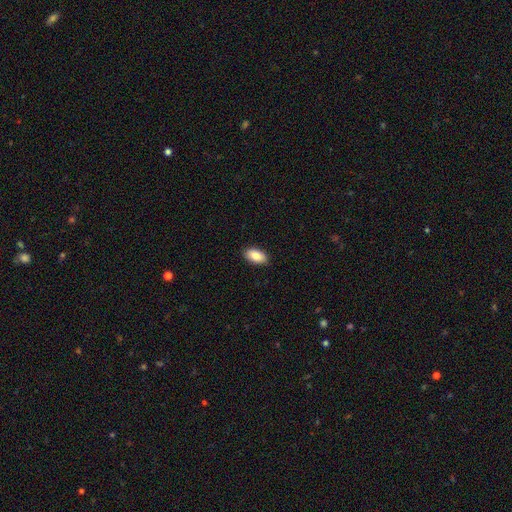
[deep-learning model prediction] smooth-or-featured: smooth: 85% | featured or disk: 8% | star or artifact: 7%
  how-rounded: in between: 94% | round: 3% | cigar-shaped: 3%
  merging: none: 90% | minor disturbance: 8% | major disturbance: 2% | merger: 1%